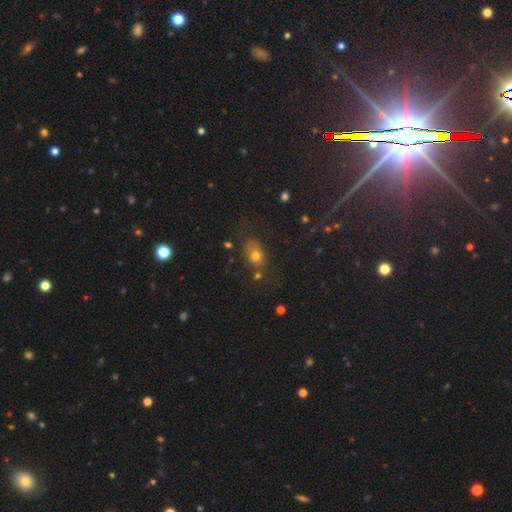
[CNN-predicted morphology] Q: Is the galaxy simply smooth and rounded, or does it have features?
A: smooth — 67%.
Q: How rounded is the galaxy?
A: in between — 63%.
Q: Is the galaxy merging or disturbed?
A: none — 63%.